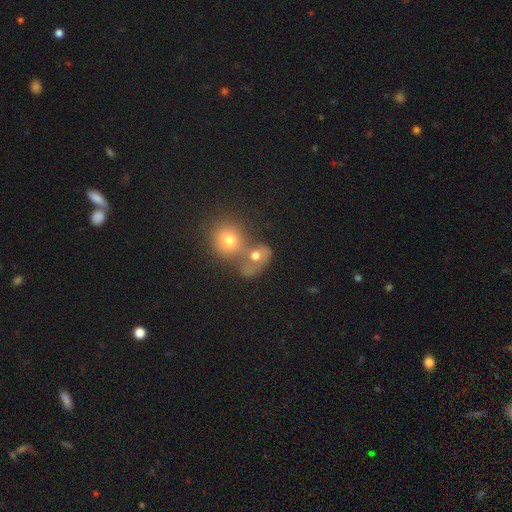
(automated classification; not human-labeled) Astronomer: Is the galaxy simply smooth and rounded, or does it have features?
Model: smooth — 66%.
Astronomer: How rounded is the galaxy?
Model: round — 58% (runner-up: in between, 41%).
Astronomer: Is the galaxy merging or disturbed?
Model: merger — 63%.